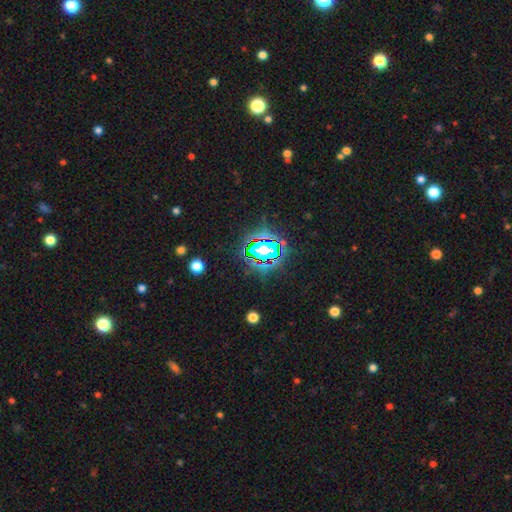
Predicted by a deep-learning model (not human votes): A star or artifact, not a galaxy (75%).